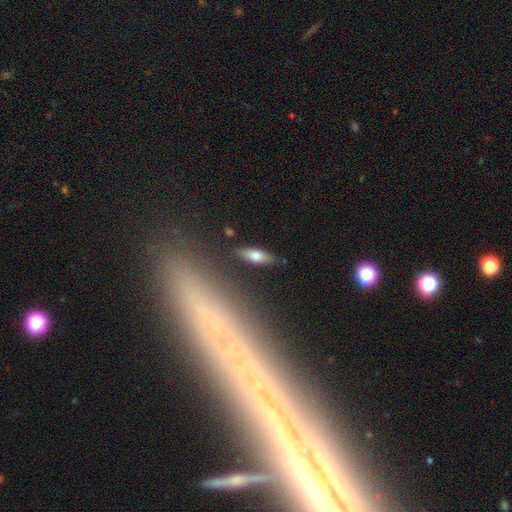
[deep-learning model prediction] smooth-or-featured: smooth: 70% | featured or disk: 23% | star or artifact: 8%
  how-rounded: in between: 69% | cigar-shaped: 28% | round: 3%
  merging: none: 84% | minor disturbance: 11% | major disturbance: 3% | merger: 2%